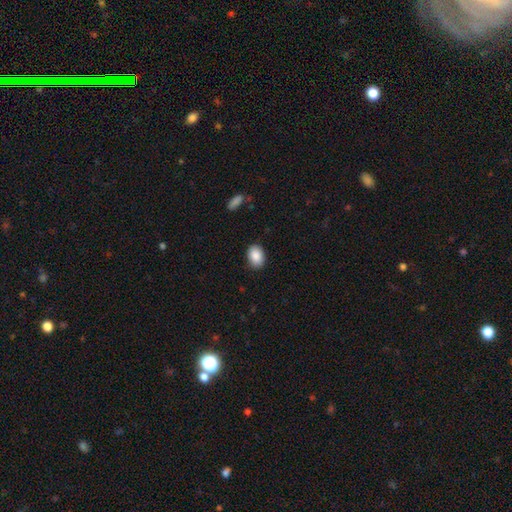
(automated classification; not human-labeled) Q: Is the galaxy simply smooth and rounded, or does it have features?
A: smooth — 89%.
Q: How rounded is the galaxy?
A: in between — 79%.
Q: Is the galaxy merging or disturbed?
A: none — 86%.